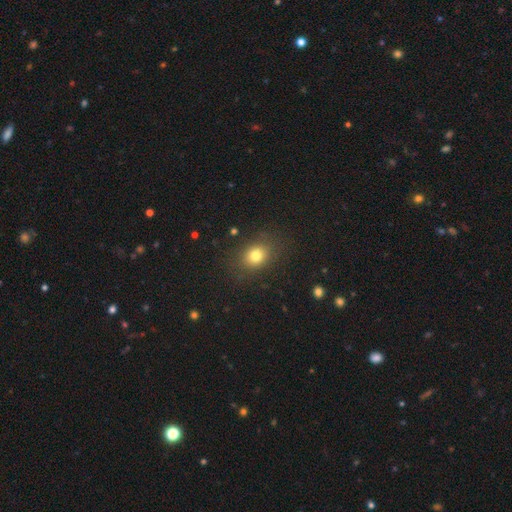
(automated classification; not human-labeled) Smooth or featured? smooth (78%)
How rounded? round (51%)
Merging? none (83%)